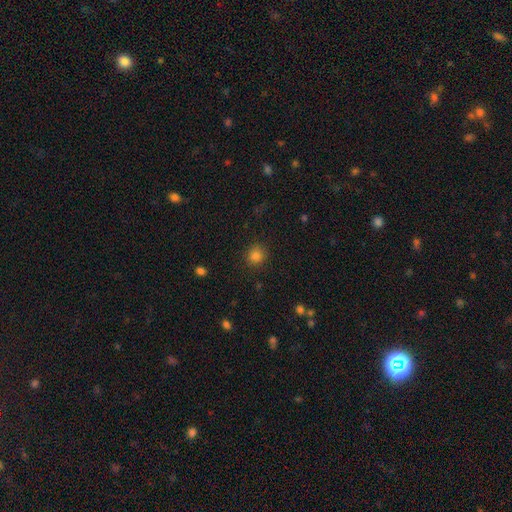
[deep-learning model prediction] Overall: smooth (83%). How rounded: round (86%). Merging: none (88%).